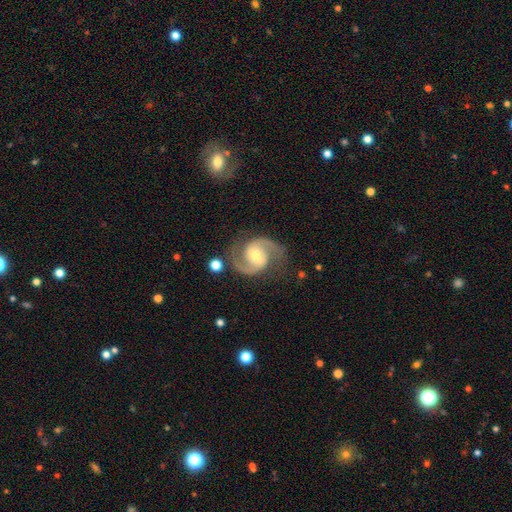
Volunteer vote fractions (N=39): smooth-or-featured: featured or disk: 95% | smooth: 5% | star or artifact: 0%
  disk-edge-on: no: 100% | yes: 0%
    bar: weak: 51% | no: 35% | strong: 14%
    has-spiral-arms: yes: 100% | no: 0%
      spiral-winding: medium: 70% | loose: 27% | tight: 3%
      spiral-arm-count: 2: 100% | 1: 0% | 3: 0% | 4: 0% | more than 4: 0% | can't tell: 0%
    bulge-size: moderate: 62% | small: 27% | none: 5% | dominant: 3% | large: 3%
  merging: none: 90% | minor disturbance: 8% | major disturbance: 3% | merger: 0%